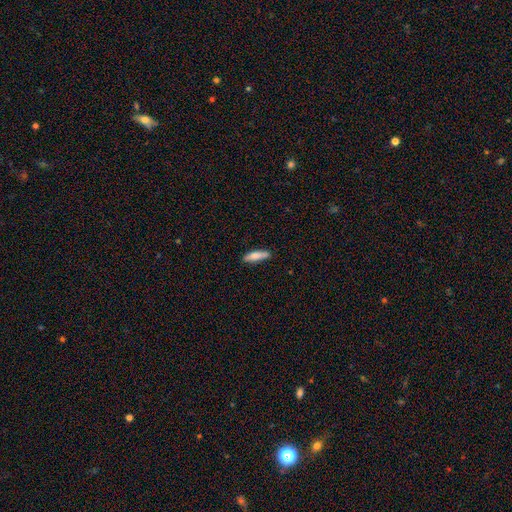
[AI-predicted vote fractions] smooth 80%, featured or disk 14%, star or artifact 6%. Down the decision tree: how rounded — cigar-shaped (65%); merging — none (82%).